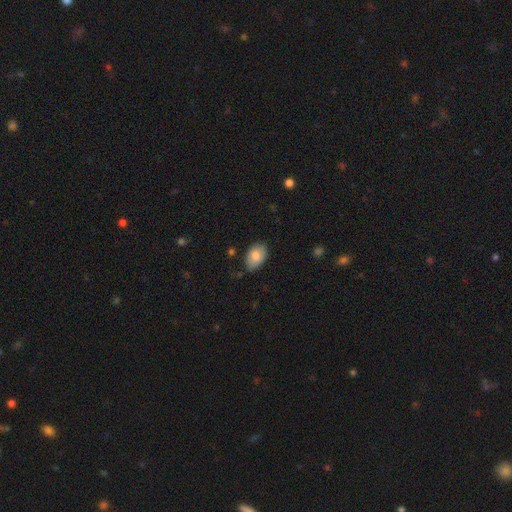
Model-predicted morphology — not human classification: This is likely a smooth galaxy (79%). How rounded: clearly in between (86%). Merging: likely none (71%).